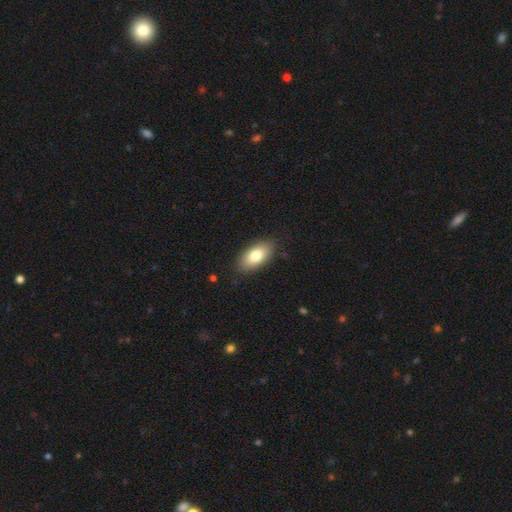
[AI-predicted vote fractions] This is likely a smooth galaxy (79%). How rounded: clearly in between (91%). Merging: clearly none (85%).